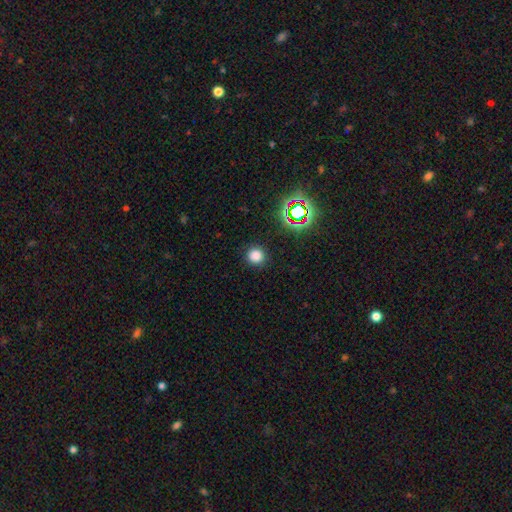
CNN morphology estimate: This appears to be a smooth galaxy with no disk features (78%) that is round (92%). Merging: none (90%).